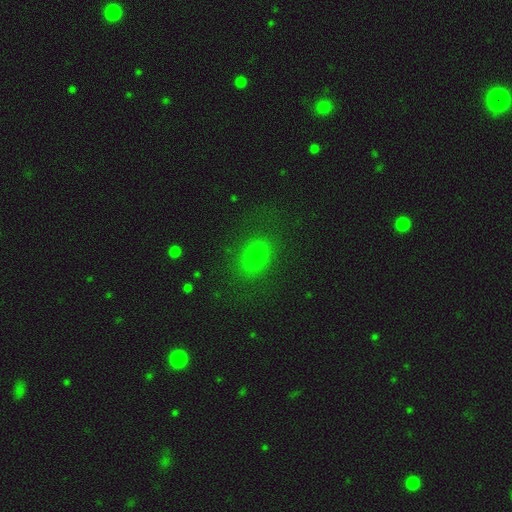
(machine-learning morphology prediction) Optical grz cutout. It shows a smooth galaxy with no disk features (73%) that is in between round and cigar-shaped (55%). Merging: none (79%).